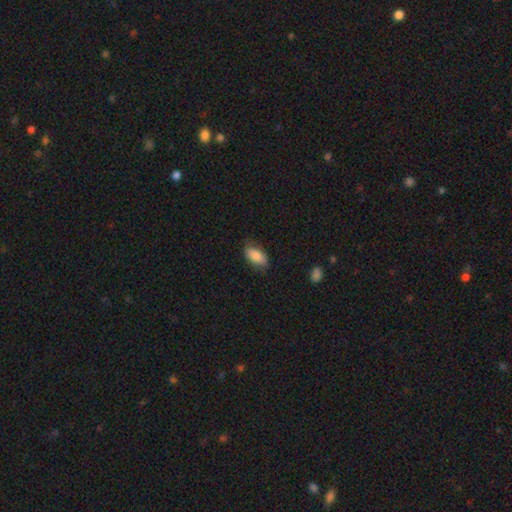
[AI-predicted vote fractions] A smooth galaxy with no disk features (83%) that is in between round and cigar-shaped (91%). Merging: none (76%).